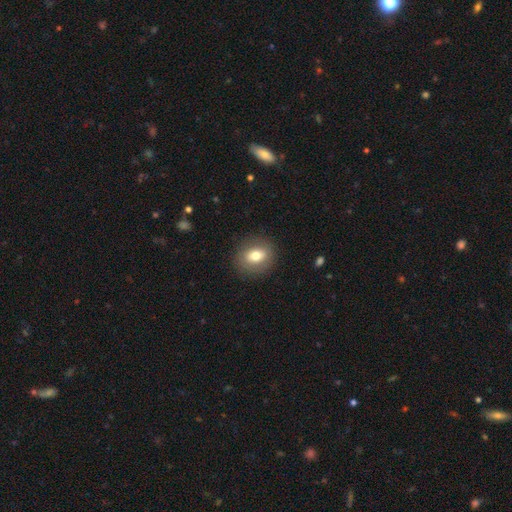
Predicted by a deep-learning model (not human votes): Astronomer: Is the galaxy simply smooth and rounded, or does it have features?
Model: smooth — 73%.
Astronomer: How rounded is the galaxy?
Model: round — 51% (runner-up: in between, 48%).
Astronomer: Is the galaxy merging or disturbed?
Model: none — 87%.